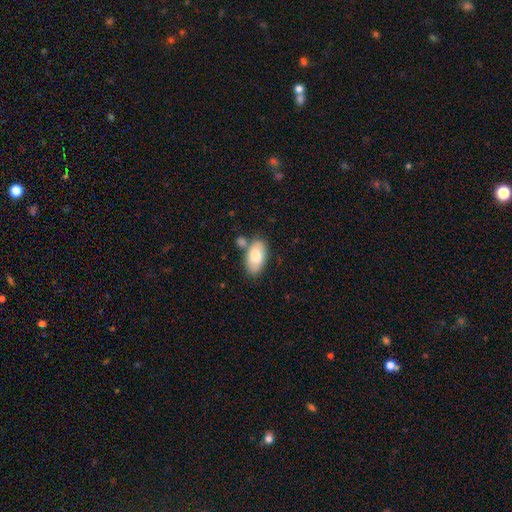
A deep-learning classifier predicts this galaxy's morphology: type=smooth (79%); roundness=in between (94%); merging=none (65%).